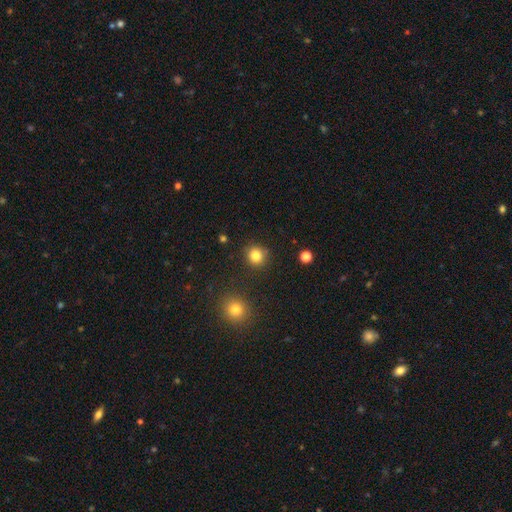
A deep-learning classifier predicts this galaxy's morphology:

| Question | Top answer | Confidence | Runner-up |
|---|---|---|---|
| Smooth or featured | smooth | 83% | star or artifact (12%) |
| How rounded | round | 91% | in between (8%) |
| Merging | none | 89% | minor disturbance (6%) |